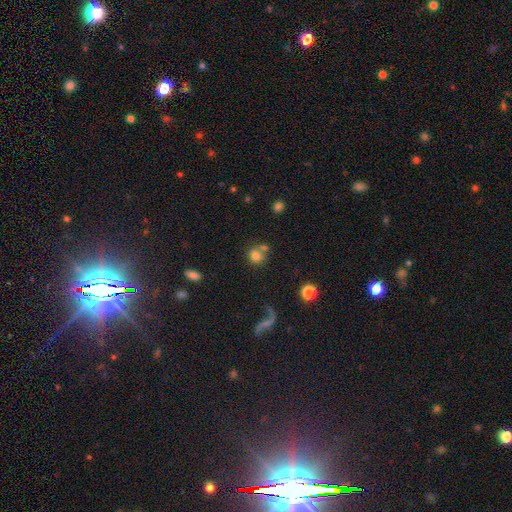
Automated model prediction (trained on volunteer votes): This is likely a smooth galaxy (76%). How rounded: clearly round (86%). Merging: possibly none (55%).